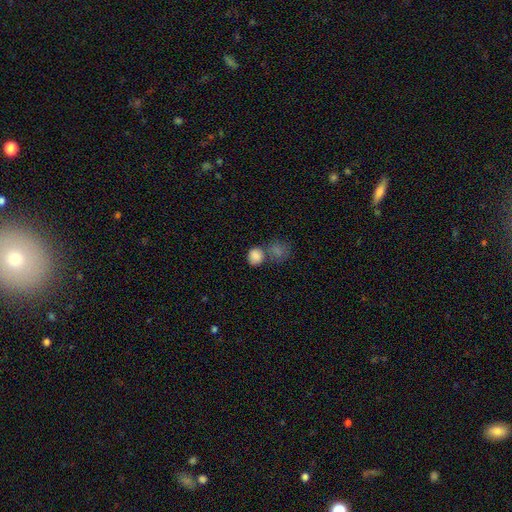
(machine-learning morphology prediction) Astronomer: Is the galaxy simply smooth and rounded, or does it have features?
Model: smooth — 85%.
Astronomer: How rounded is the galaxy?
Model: round — 67%.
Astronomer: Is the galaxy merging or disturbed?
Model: none — 50% (runner-up: merger, 34%).